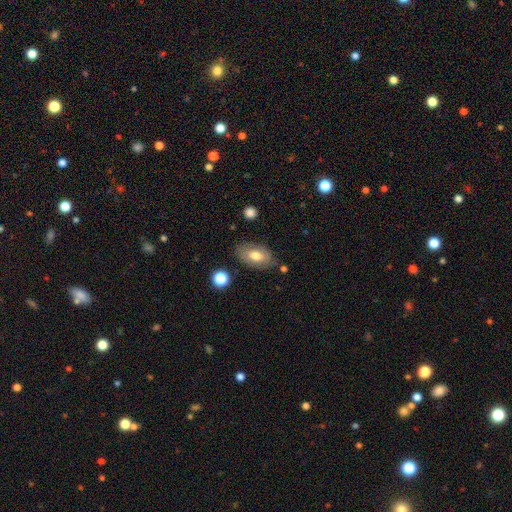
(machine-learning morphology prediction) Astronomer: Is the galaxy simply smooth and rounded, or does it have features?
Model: smooth — 70%.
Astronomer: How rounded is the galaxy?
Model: in between — 92%.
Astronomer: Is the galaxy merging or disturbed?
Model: none — 77%.